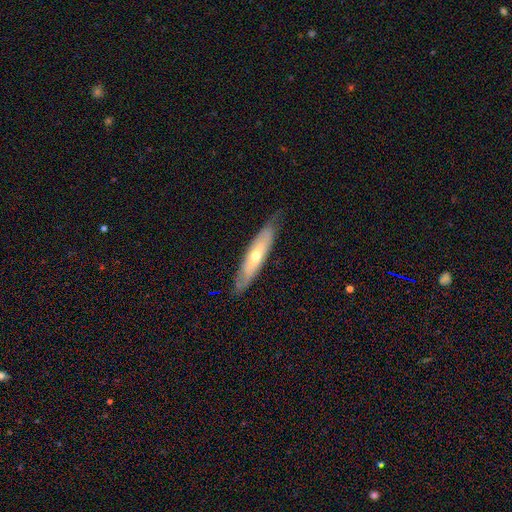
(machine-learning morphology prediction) This is possibly a featured or disk galaxy (53%). It is possibly viewed edge-on (57%). Merging: likely none (78%).